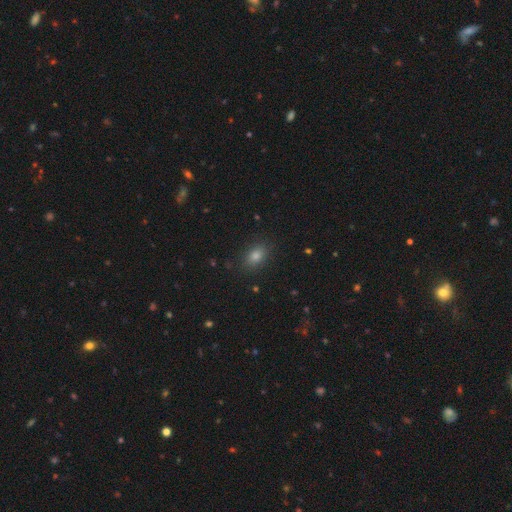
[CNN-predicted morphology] smooth 78%, star or artifact 15%, featured or disk 7%. Down the decision tree: how rounded — in between (79%); merging — none (87%).